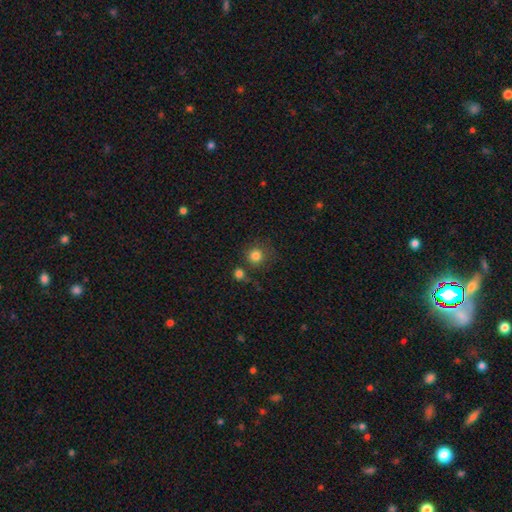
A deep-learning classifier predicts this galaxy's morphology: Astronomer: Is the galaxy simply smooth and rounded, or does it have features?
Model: smooth — 82%.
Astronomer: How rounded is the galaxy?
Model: round — 93%.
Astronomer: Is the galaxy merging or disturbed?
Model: none — 73%.